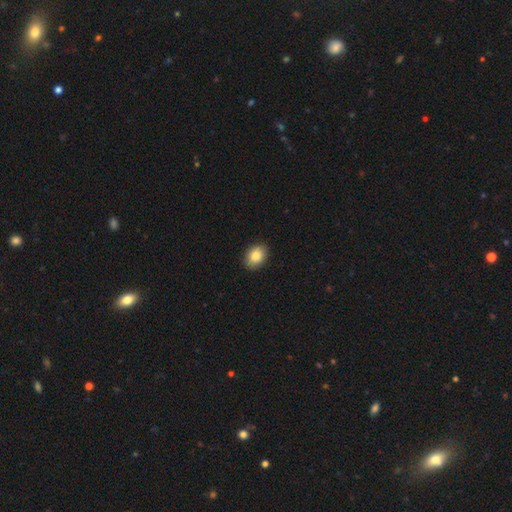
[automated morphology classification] This is clearly a smooth galaxy (87%). How rounded: likely in between (77%). Merging: clearly none (90%).